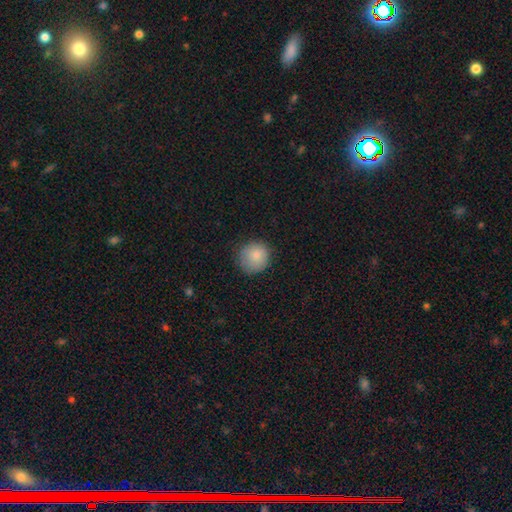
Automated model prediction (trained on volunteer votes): Smooth or featured?
  - smooth: 85% *
  - star or artifact: 8%
  - featured or disk: 7%
How rounded?
  - round: 91% *
  - in between: 8%
  - cigar-shaped: 1%
Merging?
  - none: 81% *
  - minor disturbance: 14%
  - major disturbance: 3%
  - merger: 1%